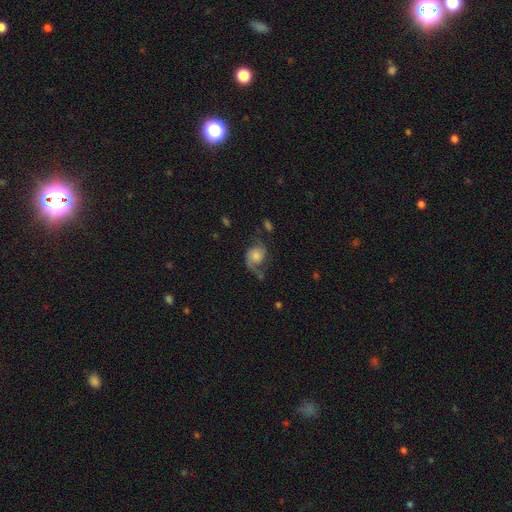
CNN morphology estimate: A featured or disk galaxy (67%) with no bar (74%), 2 (76%) loose (49%) spiral arms (93%) and a moderate central bulge (38%).

Vote fractions:
- Smooth or featured? featured or disk: 67% / smooth: 25% / star or artifact: 9%
- Edge-on disk? no: 97% / yes: 3%
- Bar? no: 74% / weak: 22% / strong: 4%
- Spiral arms? yes: 93% / no: 7%
- Spiral winding? loose: 49% / medium: 37% / tight: 14%
- Spiral arm count? 2: 76% / 1: 18% / can't tell: 4% / 3: 1% / 4: 1% / more than 4: 1%
- Bulge size? moderate: 38% / small: 27% / large: 20% / none: 10% / dominant: 6%
- Merging? none: 53% / minor disturbance: 23% / major disturbance: 20% / merger: 4%